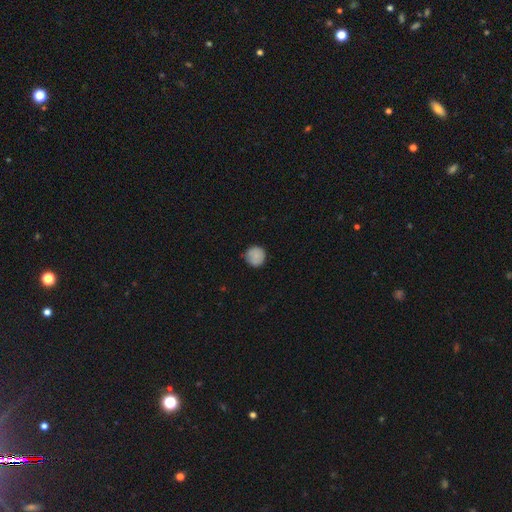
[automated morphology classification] Q: Smooth or featured?
A: smooth (83%); runner-up: featured or disk (9%)
Q: How rounded?
A: round (94%); runner-up: in between (6%)
Q: Merging?
A: none (78%); runner-up: minor disturbance (18%)